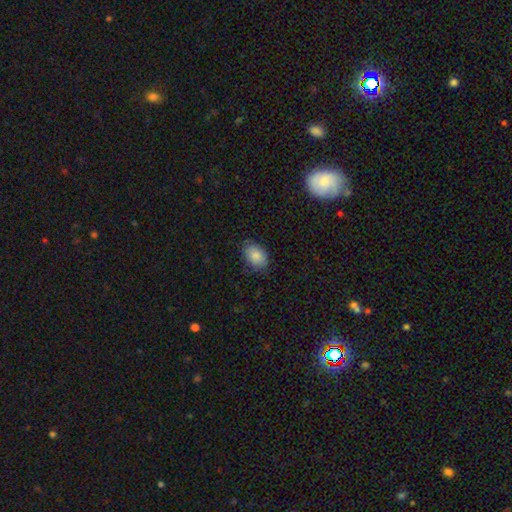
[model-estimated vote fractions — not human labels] A smooth galaxy with no disk features (86%) that is in between round and cigar-shaped (85%).

Vote fractions:
- Smooth or featured? smooth: 86% / star or artifact: 7% / featured or disk: 6%
- How rounded? in between: 85% / round: 14% / cigar-shaped: 1%
- Merging? none: 79% / minor disturbance: 16% / major disturbance: 3% / merger: 1%